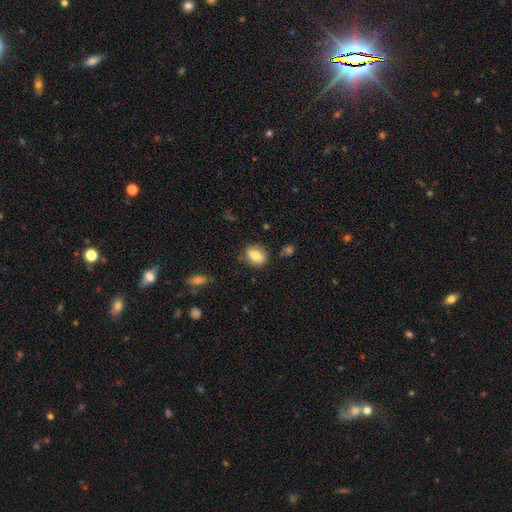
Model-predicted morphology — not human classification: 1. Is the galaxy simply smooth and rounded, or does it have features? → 81% smooth, 11% featured or disk, 8% star or artifact.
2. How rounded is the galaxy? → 63% in between, 35% round, 2% cigar-shaped.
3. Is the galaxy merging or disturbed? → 81% none, 13% minor disturbance, 3% major disturbance, 3% merger.